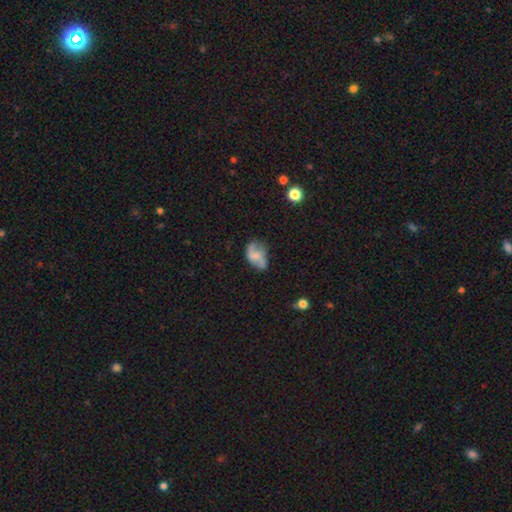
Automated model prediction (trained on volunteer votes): This is possibly a smooth galaxy (46%). Merging: possibly none (46%).